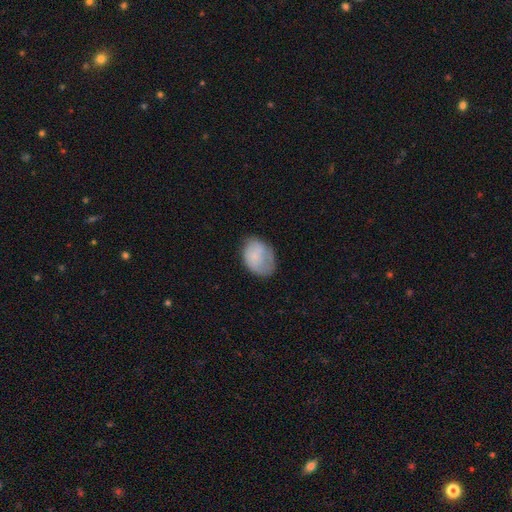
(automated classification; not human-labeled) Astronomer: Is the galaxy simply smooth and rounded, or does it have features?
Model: smooth — 72%.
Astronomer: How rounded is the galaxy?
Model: in between — 73%.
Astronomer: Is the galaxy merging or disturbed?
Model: none — 51% (runner-up: minor disturbance, 33%).